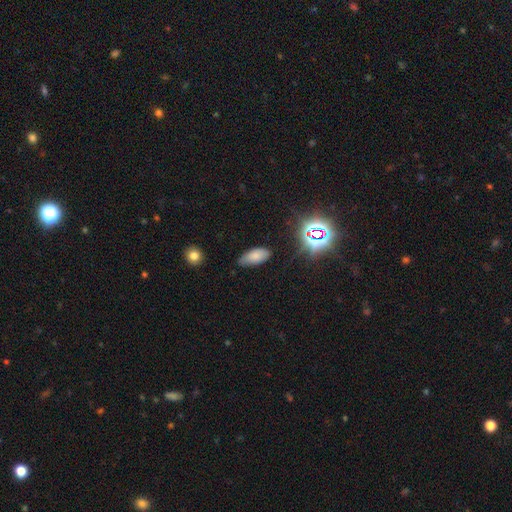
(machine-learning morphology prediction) The model was most divided on "merging": none: 71%, minor disturbance: 23%, major disturbance: 4%, merger: 2%. More confident: how rounded — in between (91%); smooth or featured — smooth (76%).